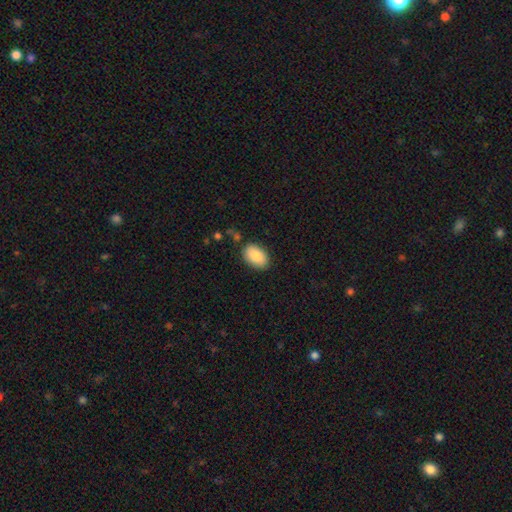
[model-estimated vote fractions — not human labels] smooth 87%, featured or disk 7%, star or artifact 6%. Down the decision tree: how rounded — in between (91%); merging — none (84%).